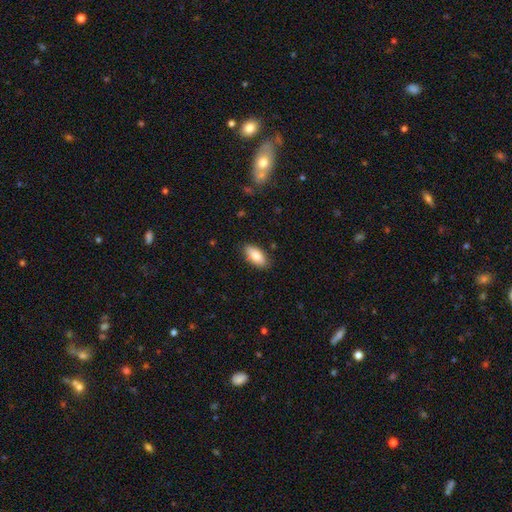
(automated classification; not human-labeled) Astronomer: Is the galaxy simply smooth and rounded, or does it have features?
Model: smooth — 82%.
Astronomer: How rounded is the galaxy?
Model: in between — 91%.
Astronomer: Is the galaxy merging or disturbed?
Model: none — 87%.